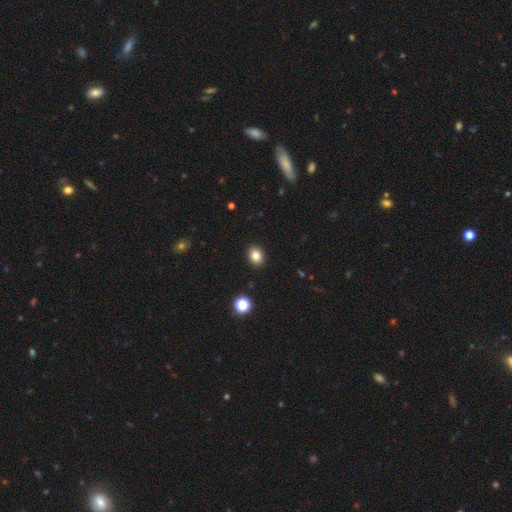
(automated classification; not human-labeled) The model was most divided on "how rounded": in between: 58%, round: 41%, cigar-shaped: 1%. More confident: merging — none (91%); smooth or featured — smooth (83%).